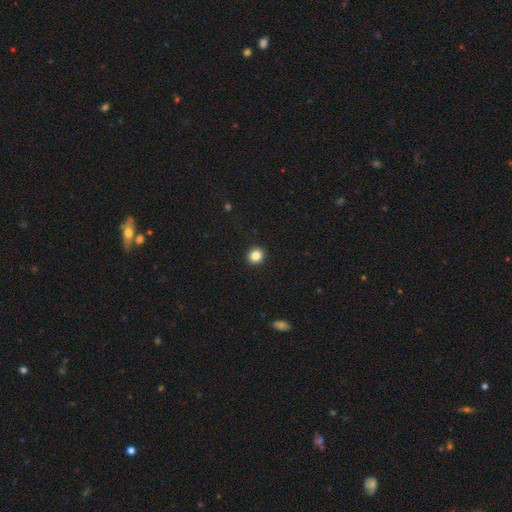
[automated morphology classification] Overall: smooth (85%). How rounded: round (92%). Merging: none (94%).